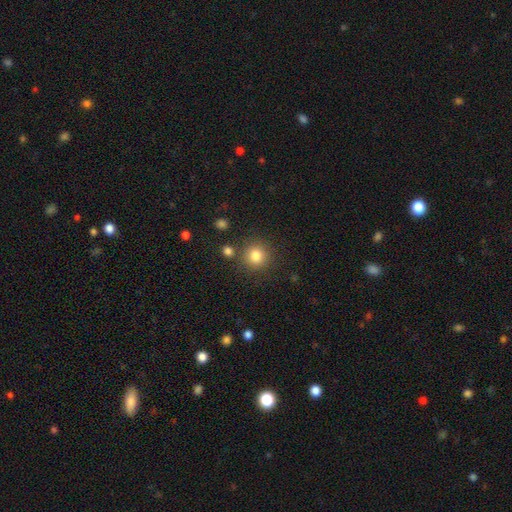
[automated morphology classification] smooth_or_featured: smooth (p=0.82) [alt: star or artifact p=0.12]
how_rounded: round (p=0.92) [alt: in between p=0.07]
merging: none (p=0.83) [alt: minor disturbance p=0.08]